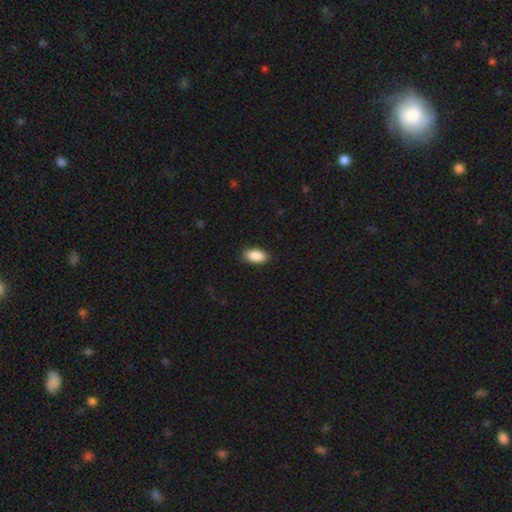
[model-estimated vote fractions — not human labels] smooth 90%, star or artifact 7%, featured or disk 4%. Down the decision tree: how rounded — in between (93%); merging — none (88%).